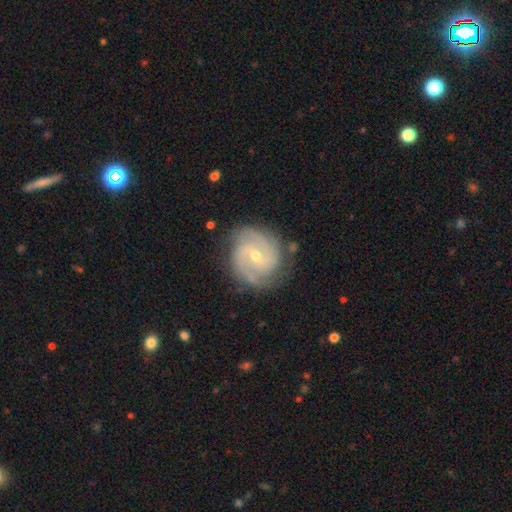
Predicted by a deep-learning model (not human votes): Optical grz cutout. It shows a featured or disk galaxy (88%) with a weak bar (45%), 2 (43%) tight (58%) spiral arms (98%) and a small central bulge (61%). Merging: none (80%).